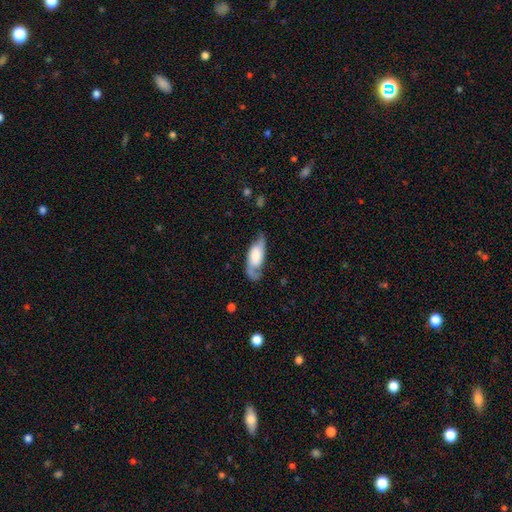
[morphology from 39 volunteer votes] This is possibly a smooth galaxy (49%, tied with featured or disk). How rounded: likely in between (79%). Merging: marginally none (45%).